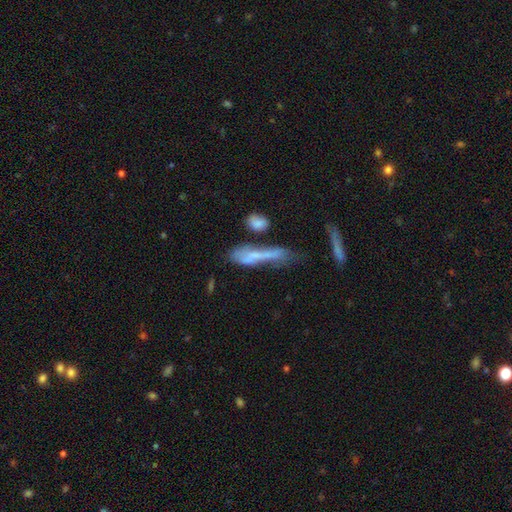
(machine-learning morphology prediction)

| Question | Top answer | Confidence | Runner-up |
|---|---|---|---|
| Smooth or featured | smooth | 52% | featured or disk (37%) |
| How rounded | cigar-shaped | 73% | in between (24%) |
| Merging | merger | 30% | none (28%) |